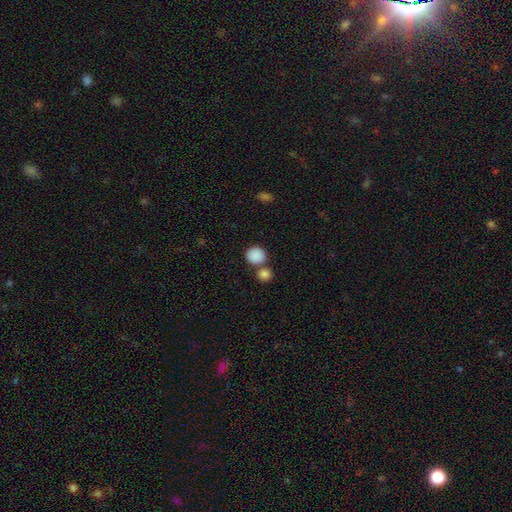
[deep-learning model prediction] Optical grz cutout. It shows a smooth galaxy with no disk features (88%) that is round (82%). Merging: none (62%).